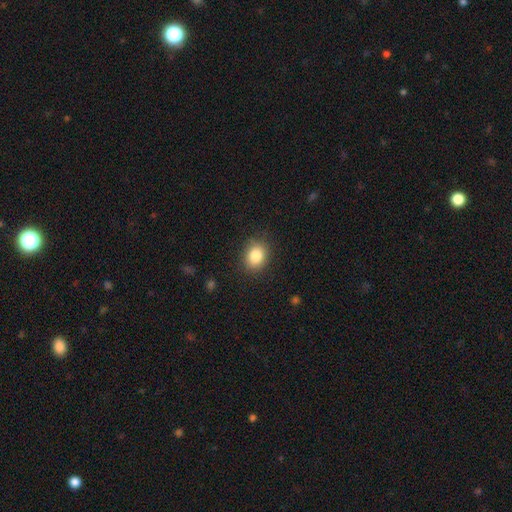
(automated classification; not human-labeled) A smooth galaxy with no disk features (85%) that is in between round and cigar-shaped (51%). Merging: none (86%).